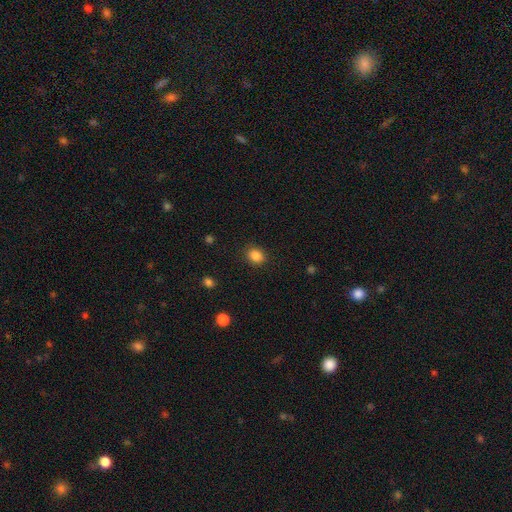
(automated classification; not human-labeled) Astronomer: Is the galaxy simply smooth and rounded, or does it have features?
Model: smooth — 86%.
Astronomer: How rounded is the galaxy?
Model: round — 58% (runner-up: in between, 41%).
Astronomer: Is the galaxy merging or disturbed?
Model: none — 88%.